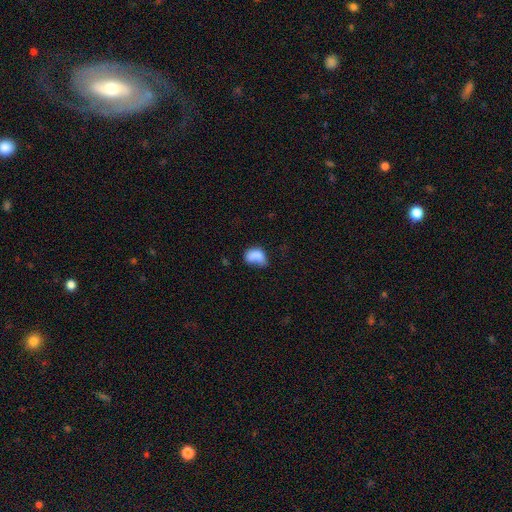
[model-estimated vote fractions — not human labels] Smooth or featured? Predicted: smooth (p=0.76). How rounded? Predicted: in between (p=0.81). Merging? Predicted: minor disturbance (p=0.29).